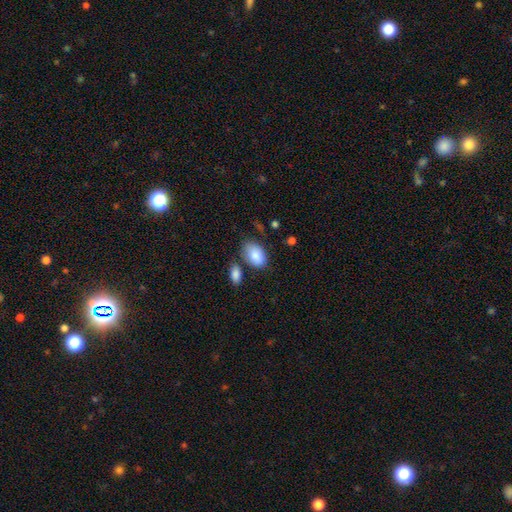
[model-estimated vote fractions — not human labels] smooth 86%, featured or disk 8%, star or artifact 6%. Down the decision tree: how rounded — in between (90%); merging — none (60%).